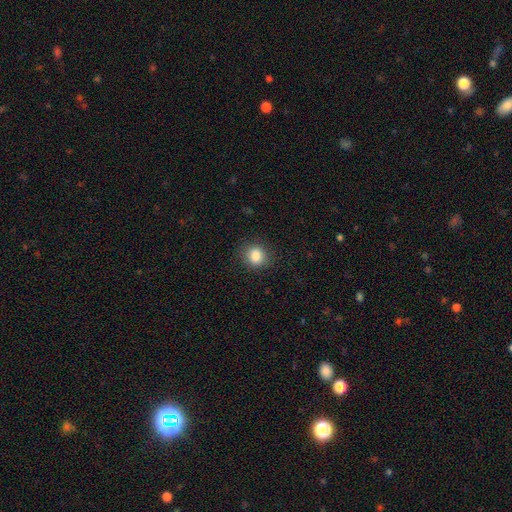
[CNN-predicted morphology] smooth 84%, star or artifact 11%, featured or disk 6%. Down the decision tree: how rounded — round (78%); merging — none (88%).